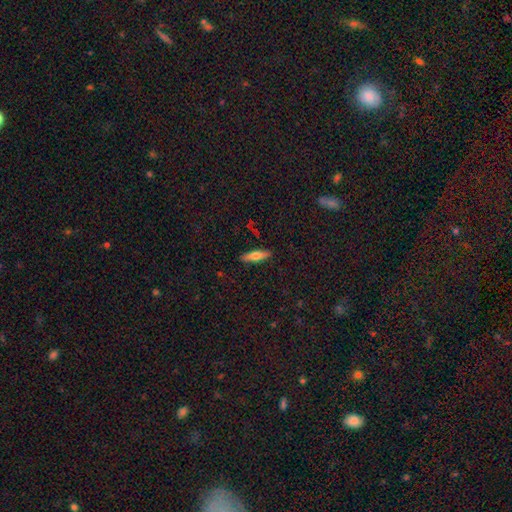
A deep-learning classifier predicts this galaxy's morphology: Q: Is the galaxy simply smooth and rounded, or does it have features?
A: smooth — 59%.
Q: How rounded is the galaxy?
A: cigar-shaped — 66%.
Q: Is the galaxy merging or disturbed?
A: none — 89%.